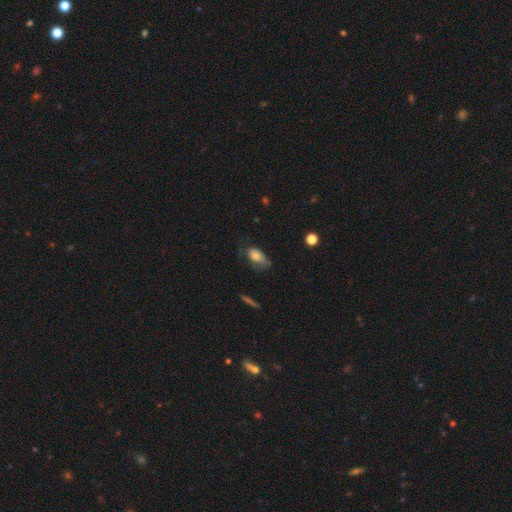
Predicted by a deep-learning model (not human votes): Morphology: type=smooth (74%); roundness=in between (90%); merging=none (37%, tied with minor disturbance).